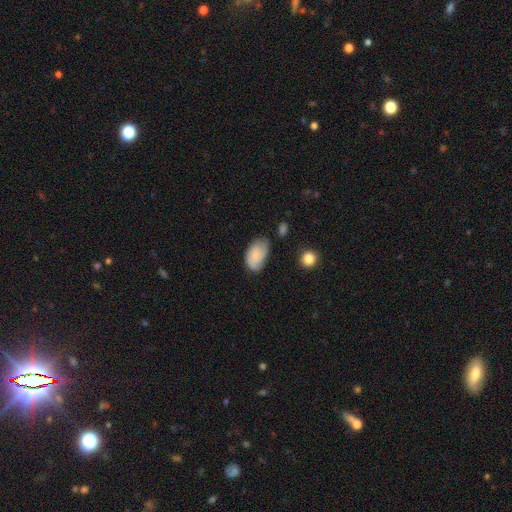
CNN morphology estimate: The model was most divided on "merging": none: 50%, minor disturbance: 36%, major disturbance: 11%, merger: 3%. More confident: how rounded — in between (92%); smooth or featured — smooth (71%).